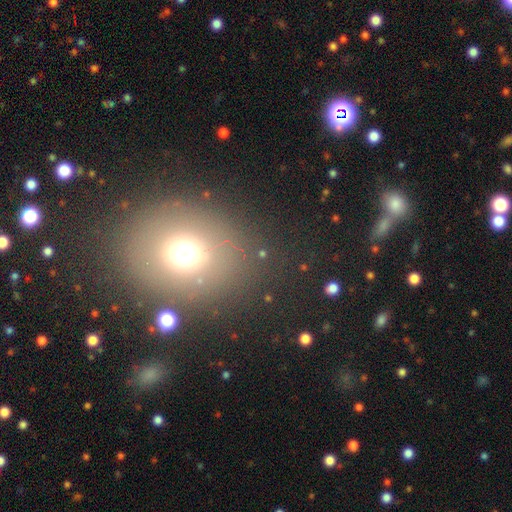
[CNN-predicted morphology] The model was most divided on "how rounded": round: 59%, in between: 40%, cigar-shaped: 1%. More confident: merging — none (82%); smooth or featured — smooth (64%).